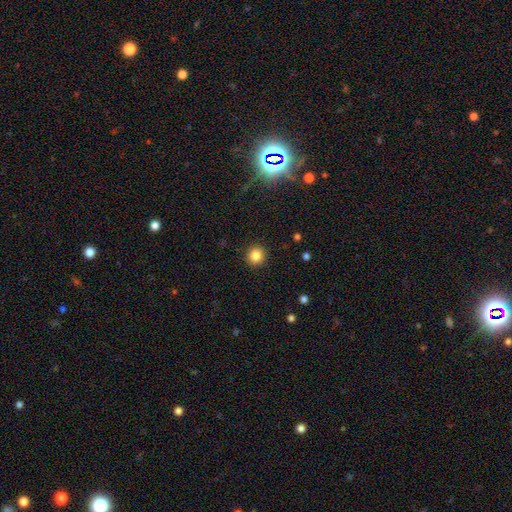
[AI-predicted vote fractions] Smooth or featured: smooth — 85% (star or artifact — 11%)
How rounded: round — 91% (in between — 8%)
Merging: none — 92% (minor disturbance — 5%)